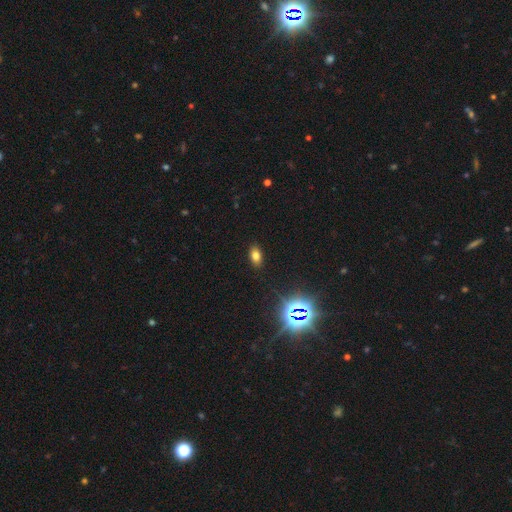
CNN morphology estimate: Smooth or featured? smooth (72%)
How rounded? in between (88%)
Merging? none (89%)